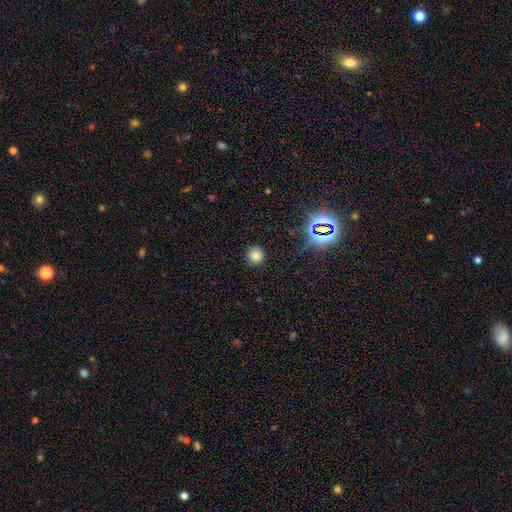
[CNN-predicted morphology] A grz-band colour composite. It shows a smooth galaxy with no disk features (77%) that is round (92%). Merging: none (88%).